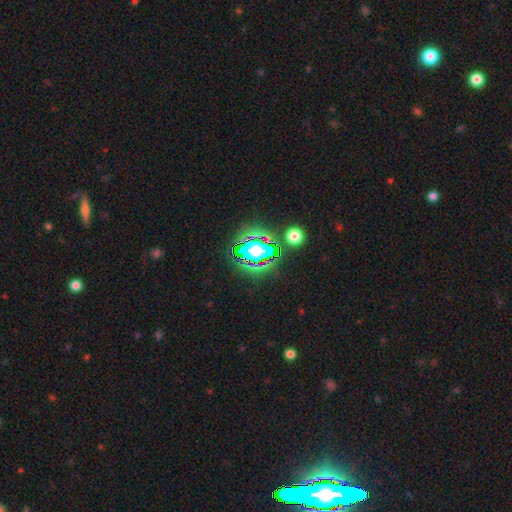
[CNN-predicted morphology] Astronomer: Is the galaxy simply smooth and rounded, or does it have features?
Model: star or artifact — 81%.